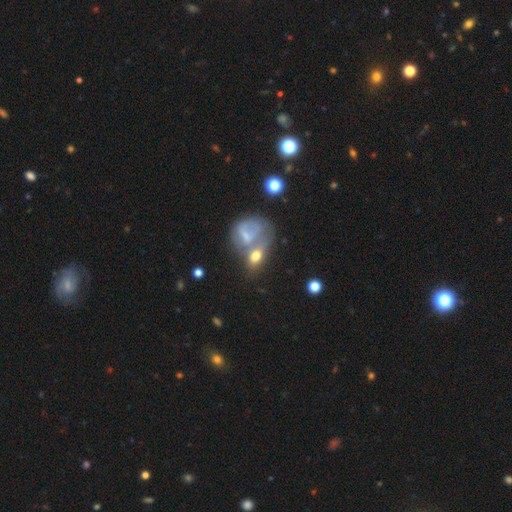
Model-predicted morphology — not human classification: type=smooth (63%); roundness=in between (62%); merging=merger (48%).